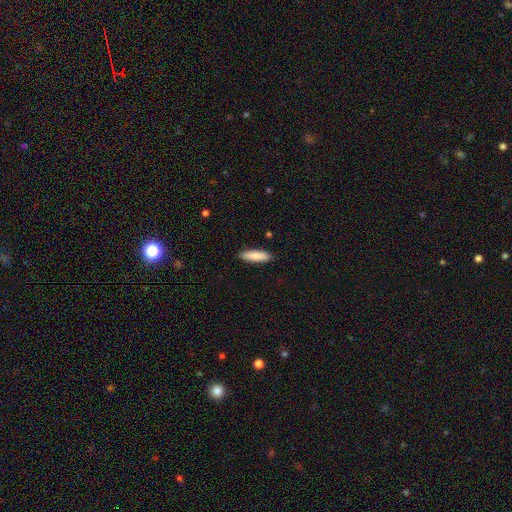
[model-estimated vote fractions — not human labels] Smooth or featured? smooth (85%)
How rounded? cigar-shaped (64%)
Merging? none (89%)